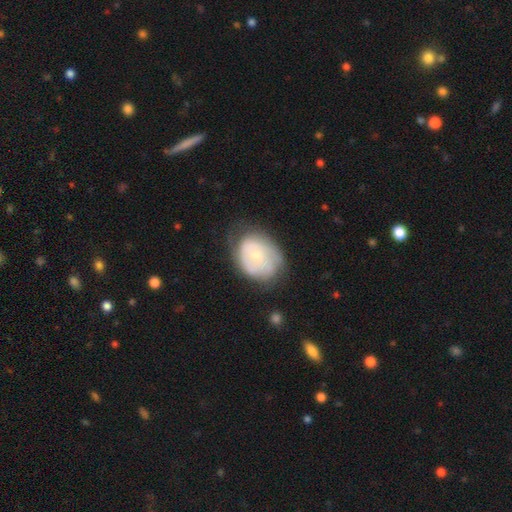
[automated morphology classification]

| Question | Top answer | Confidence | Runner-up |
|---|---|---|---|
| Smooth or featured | featured or disk | 57% | smooth (36%) |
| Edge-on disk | no | 96% | yes (4%) |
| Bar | no | 72% | weak (24%) |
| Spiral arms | yes | 66% | no (34%) |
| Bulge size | small | 54% | moderate (41%) |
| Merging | none | 54% | minor disturbance (30%) |